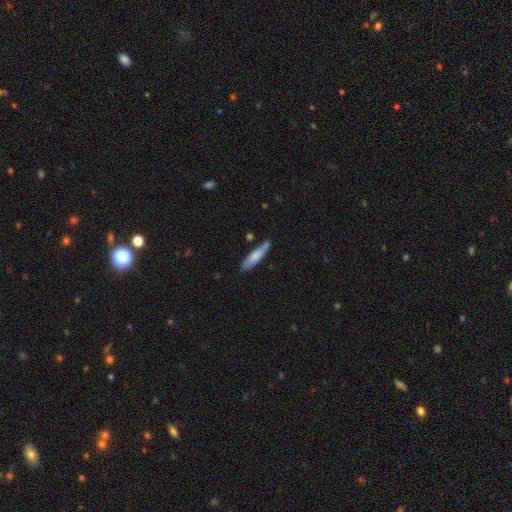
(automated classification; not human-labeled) smooth 70%, featured or disk 25%, star or artifact 5%. Down the decision tree: how rounded — cigar-shaped (82%); merging — none (79%).